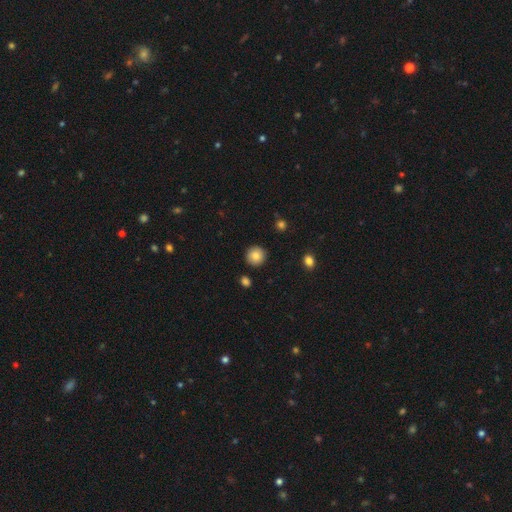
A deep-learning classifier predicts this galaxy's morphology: The model was most divided on "smooth or featured": smooth: 86%, star or artifact: 9%, featured or disk: 6%. More confident: how rounded — round (93%); merging — none (91%).